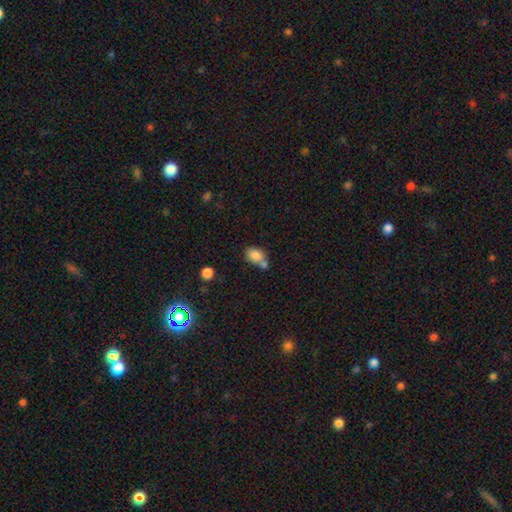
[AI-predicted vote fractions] smooth-or-featured: smooth: 83% | star or artifact: 9% | featured or disk: 8%
  how-rounded: in between: 71% | round: 28% | cigar-shaped: 1%
  merging: none: 42% | merger: 39% | minor disturbance: 14% | major disturbance: 5%